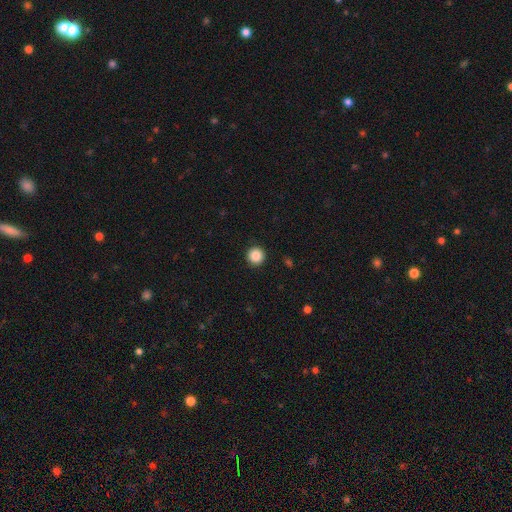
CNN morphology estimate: Q: Smooth or featured?
A: smooth (87%); runner-up: star or artifact (9%)
Q: How rounded?
A: round (96%); runner-up: in between (3%)
Q: Merging?
A: none (93%); runner-up: minor disturbance (4%)